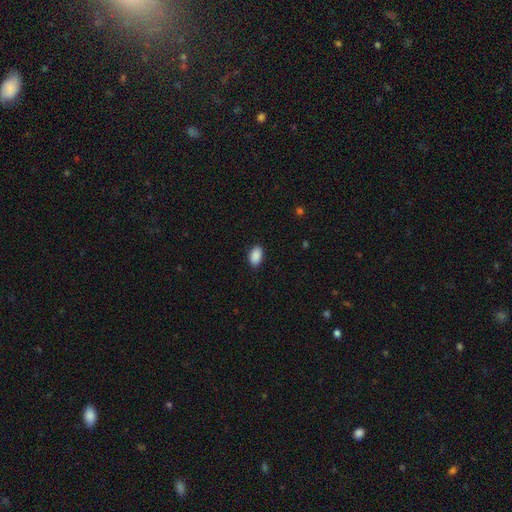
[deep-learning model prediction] Smooth or featured? smooth (90%)
How rounded? in between (92%)
Merging? none (87%)